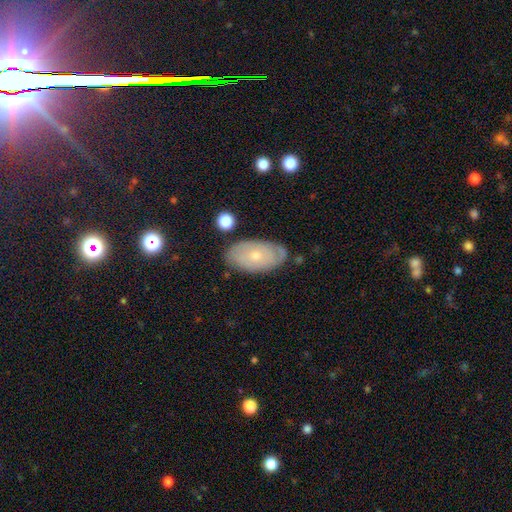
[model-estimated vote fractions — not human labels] featured or disk 52%, smooth 40%, star or artifact 8%. Down the decision tree: edge-on disk — no (91%); merging — none (77%).